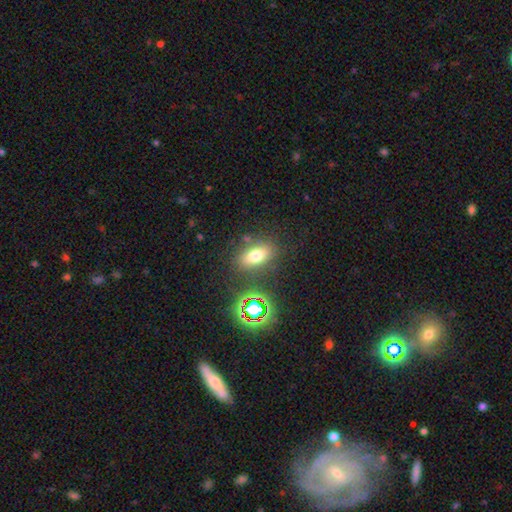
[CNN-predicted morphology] A smooth galaxy with no disk features (68%) that is in between round and cigar-shaped (79%). Merging: none (79%).